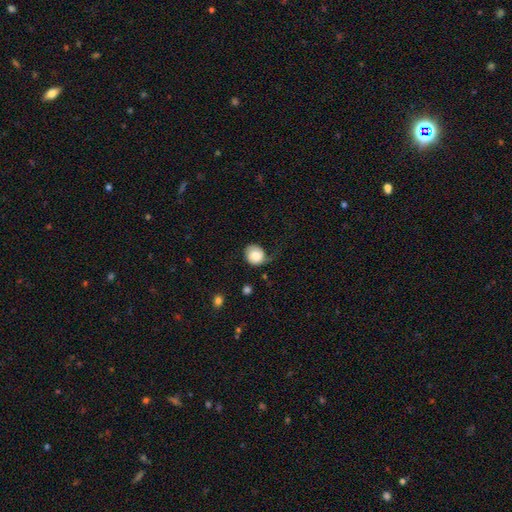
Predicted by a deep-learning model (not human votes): Smooth or featured: smooth — 74% (featured or disk — 19%)
How rounded: round — 76% (in between — 23%)
Merging: none — 38% (minor disturbance — 35%)